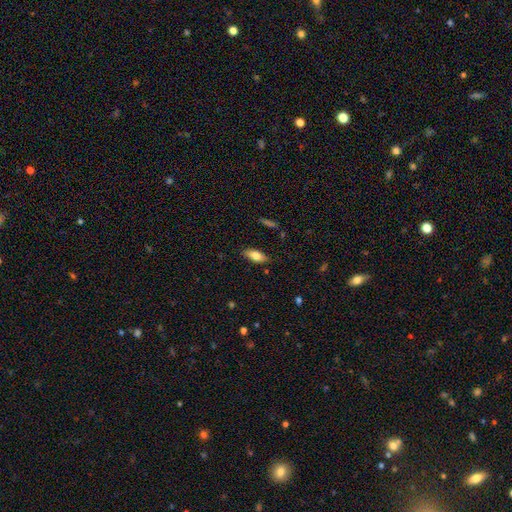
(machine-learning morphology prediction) smooth-or-featured: smooth: 79% | featured or disk: 14% | star or artifact: 7%
  how-rounded: in between: 81% | cigar-shaped: 17% | round: 2%
  merging: none: 83% | minor disturbance: 13% | major disturbance: 3% | merger: 1%